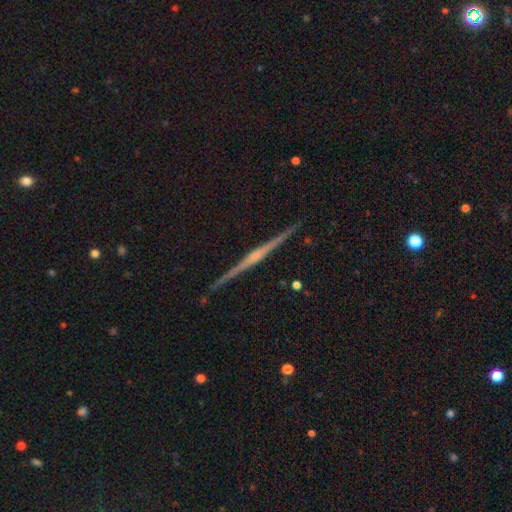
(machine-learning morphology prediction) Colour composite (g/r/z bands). It shows a featured or disk galaxy (85%) viewed edge-on (99%) with a rounded central bulge (59%). Merging: none (92%).